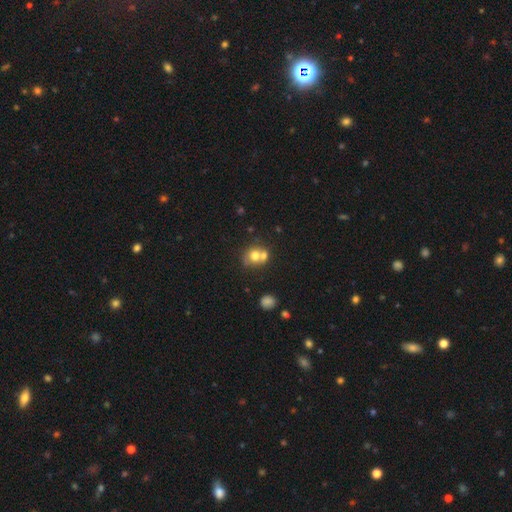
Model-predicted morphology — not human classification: smooth-or-featured: smooth: 69% | featured or disk: 19% | star or artifact: 12%
  how-rounded: round: 76% | in between: 23% | cigar-shaped: 1%
  merging: merger: 47% | none: 40% | minor disturbance: 9% | major disturbance: 4%